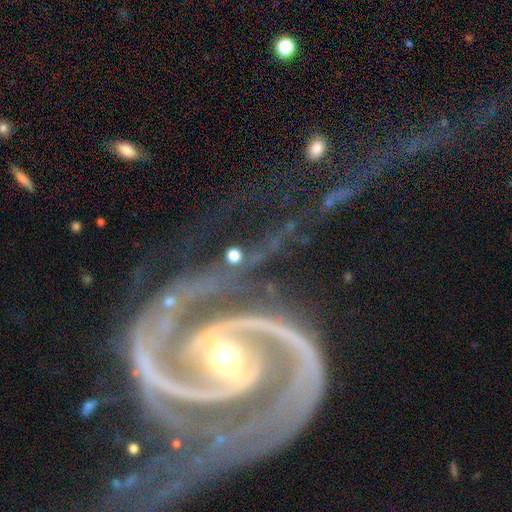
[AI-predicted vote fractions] smooth-or-featured: featured or disk: 94% | star or artifact: 4% | smooth: 2%
  disk-edge-on: no: 98% | yes: 2%
    bar: strong: 40% | no: 30% | weak: 30%
    has-spiral-arms: yes: 98% | no: 2%
      spiral-winding: medium: 53% | tight: 31% | loose: 16%
      spiral-arm-count: 2: 90% | 3: 3% | can't tell: 2% | 1: 2% | 4: 2% | more than 4: 2%
    bulge-size: moderate: 64% | small: 29% | large: 4% | none: 1% | dominant: 1%
  merging: none: 40% | major disturbance: 29% | minor disturbance: 22% | merger: 9%